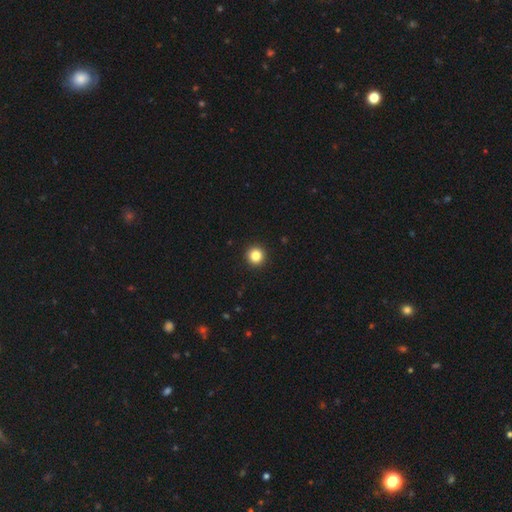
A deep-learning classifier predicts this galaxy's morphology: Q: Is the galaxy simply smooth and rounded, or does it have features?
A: smooth — 84%.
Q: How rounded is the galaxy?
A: round — 95%.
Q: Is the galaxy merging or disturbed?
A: none — 94%.